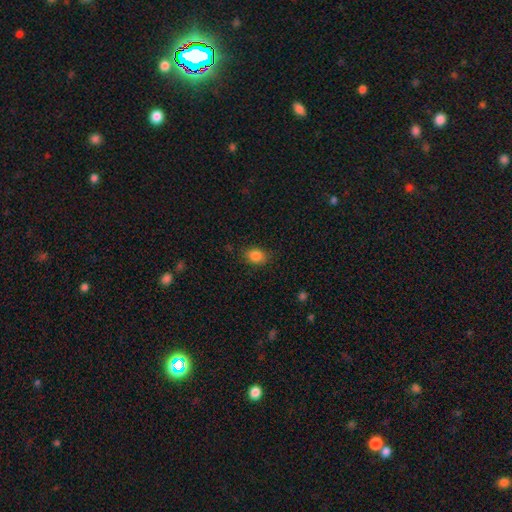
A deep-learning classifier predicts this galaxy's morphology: smooth-or-featured: smooth: 85% | star or artifact: 10% | featured or disk: 5%
  how-rounded: in between: 59% | round: 40% | cigar-shaped: 1%
  merging: none: 82% | minor disturbance: 13% | major disturbance: 3% | merger: 1%